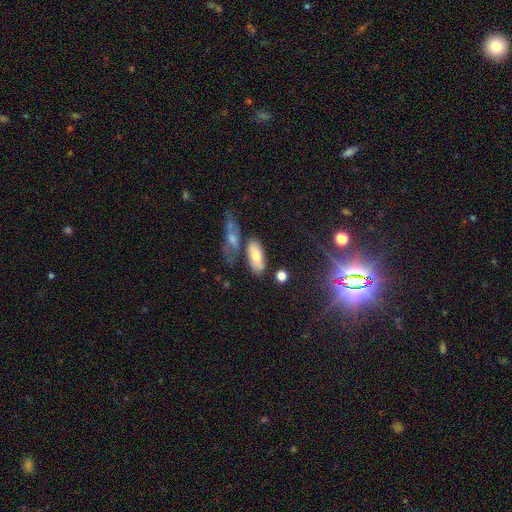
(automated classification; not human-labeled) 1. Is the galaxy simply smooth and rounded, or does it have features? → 68% smooth, 23% featured or disk, 9% star or artifact.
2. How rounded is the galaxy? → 82% in between, 14% cigar-shaped, 3% round.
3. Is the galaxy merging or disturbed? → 51% none, 20% minor disturbance, 19% merger, 10% major disturbance.